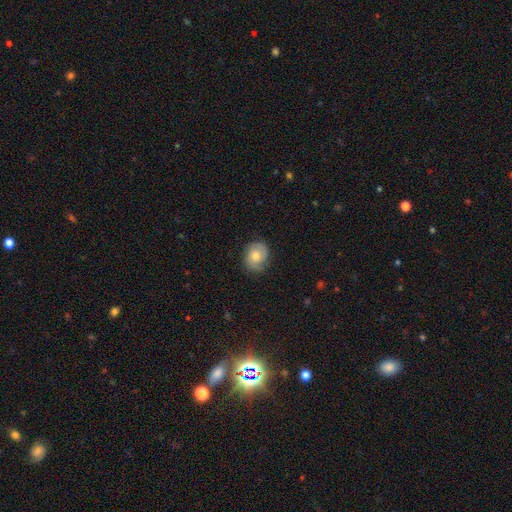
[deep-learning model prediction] A featured or disk galaxy (47%). Merging: none (77%).